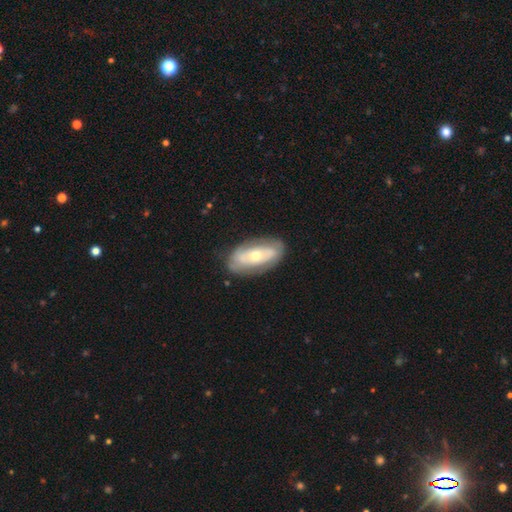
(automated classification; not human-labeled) Smooth or featured? Predicted: featured or disk (p=0.56). Edge-on disk? Predicted: no (p=0.87). Merging? Predicted: none (p=0.77).